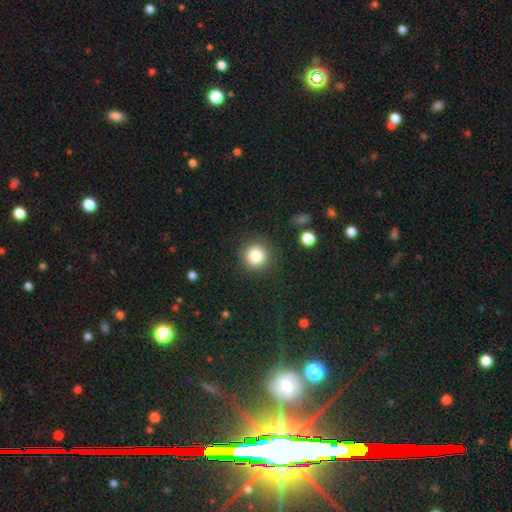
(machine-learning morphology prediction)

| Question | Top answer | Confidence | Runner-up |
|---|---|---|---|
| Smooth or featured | smooth | 84% | star or artifact (10%) |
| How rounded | round | 93% | in between (6%) |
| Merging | none | 86% | minor disturbance (8%) |